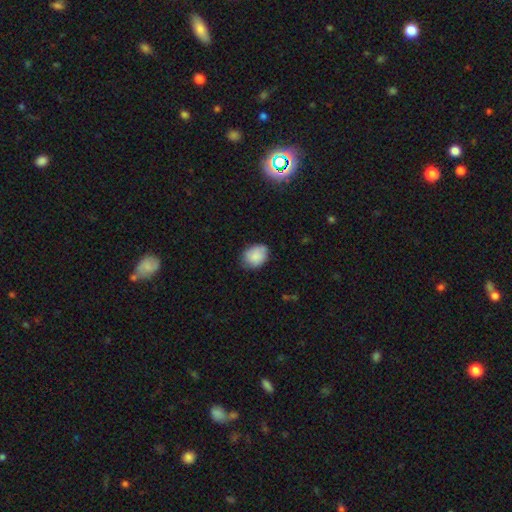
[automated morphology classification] smooth-or-featured: smooth: 82% | featured or disk: 11% | star or artifact: 7%
  how-rounded: in between: 58% | round: 41% | cigar-shaped: 1%
  merging: none: 71% | minor disturbance: 23% | major disturbance: 4% | merger: 1%